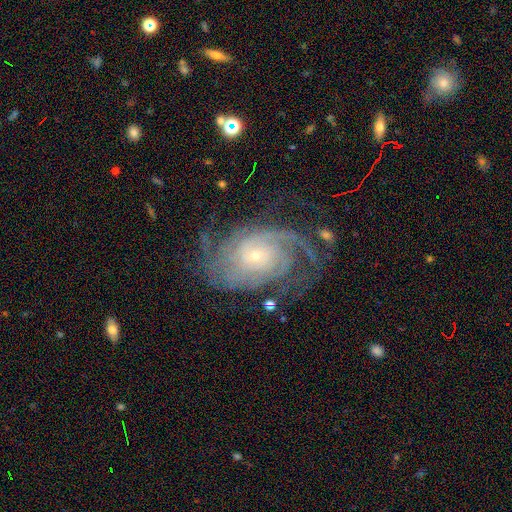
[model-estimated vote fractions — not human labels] Overall: featured or disk (88%). Edge-on disk: no (97%). Bar: no (70%). Spiral arms: yes (97%). Spiral arm count: can't tell (28%; 2 20%). Spiral winding: tight (68%). Bulge size: small (79%). Merging: none (65%).